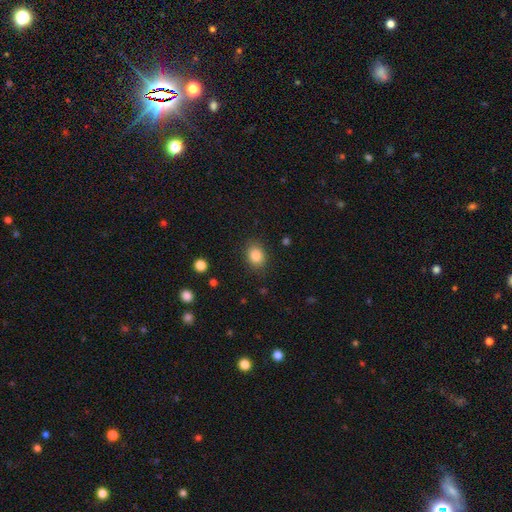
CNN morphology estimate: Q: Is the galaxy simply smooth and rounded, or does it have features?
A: smooth — 85%.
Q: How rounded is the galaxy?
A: in between — 54%.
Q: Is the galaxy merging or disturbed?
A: none — 85%.